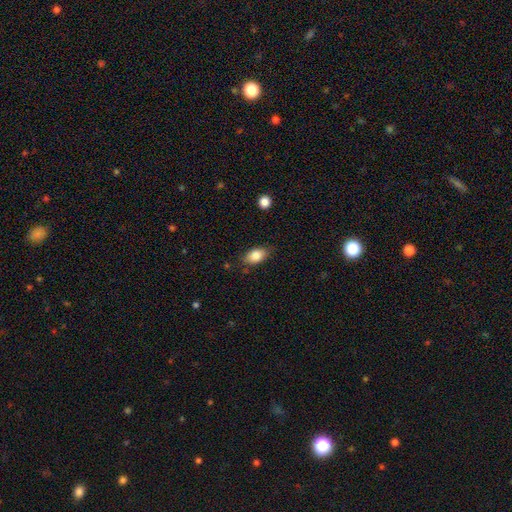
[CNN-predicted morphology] smooth_or_featured: smooth (p=0.84) [alt: featured or disk p=0.08]
how_rounded: in between (p=0.88) [alt: round p=0.10]
merging: none (p=0.80) [alt: minor disturbance p=0.15]